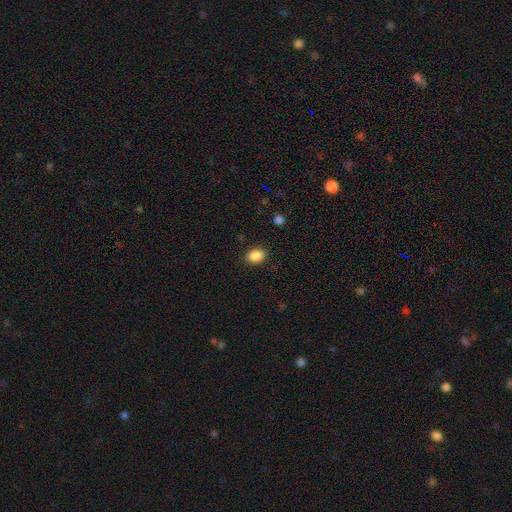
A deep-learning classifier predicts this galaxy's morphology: This is clearly a smooth galaxy (88%). How rounded: likely in between (64%). Merging: clearly none (88%).